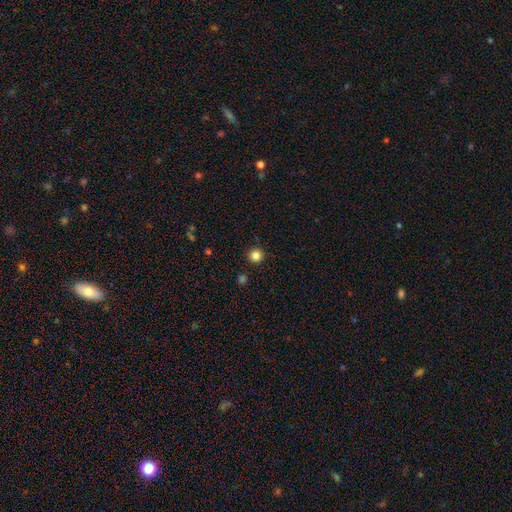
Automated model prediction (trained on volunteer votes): smooth 84%, star or artifact 12%, featured or disk 4%. Down the decision tree: how rounded — round (95%); merging — none (92%).